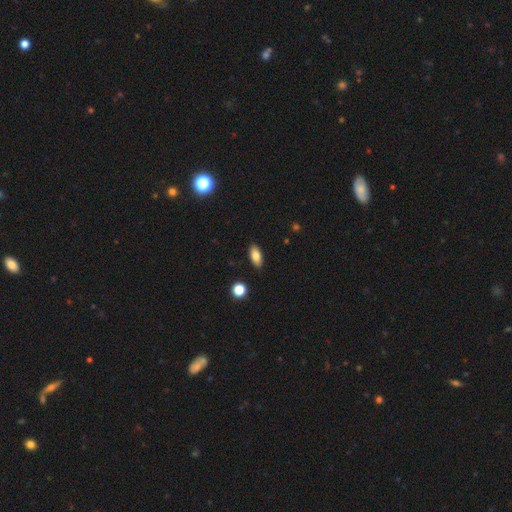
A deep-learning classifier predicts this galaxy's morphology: Smooth or featured? smooth (80%)
How rounded? in between (87%)
Merging? none (89%)